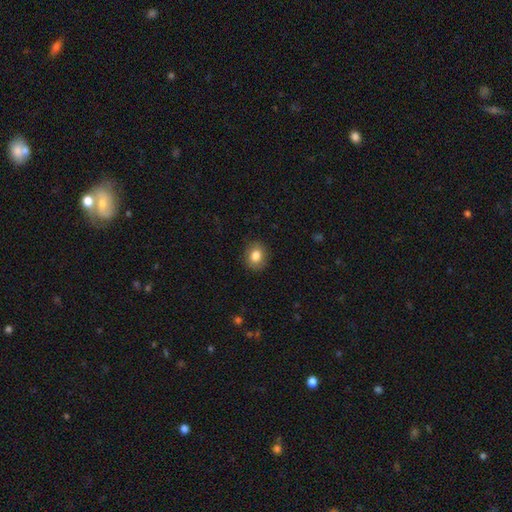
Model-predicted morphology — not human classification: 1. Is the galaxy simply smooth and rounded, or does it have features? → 83% smooth, 9% star or artifact, 8% featured or disk.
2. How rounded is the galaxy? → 59% round, 40% in between, 1% cigar-shaped.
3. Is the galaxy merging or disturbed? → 88% none, 9% minor disturbance, 2% major disturbance, 1% merger.